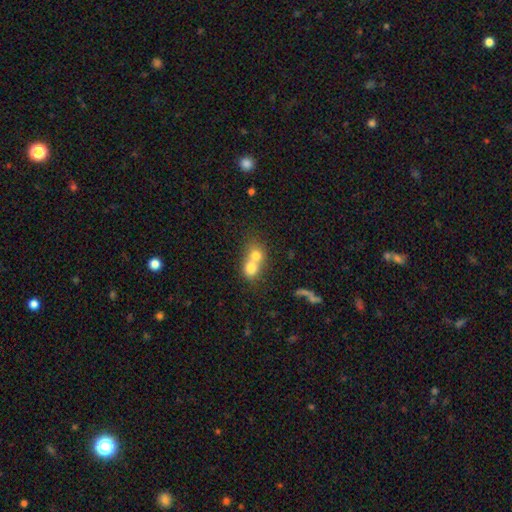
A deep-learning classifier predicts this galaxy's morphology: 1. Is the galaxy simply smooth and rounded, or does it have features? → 72% smooth, 18% featured or disk, 10% star or artifact.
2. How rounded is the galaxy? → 72% round, 27% in between, 1% cigar-shaped.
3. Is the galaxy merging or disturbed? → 73% merger, 20% none, 4% minor disturbance, 3% major disturbance.